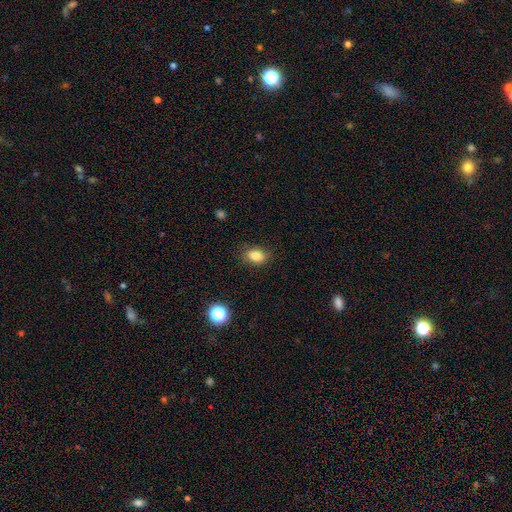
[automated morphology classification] This appears to be a smooth galaxy with no disk features (84%) that is in between round and cigar-shaped (82%). Merging: none (85%).